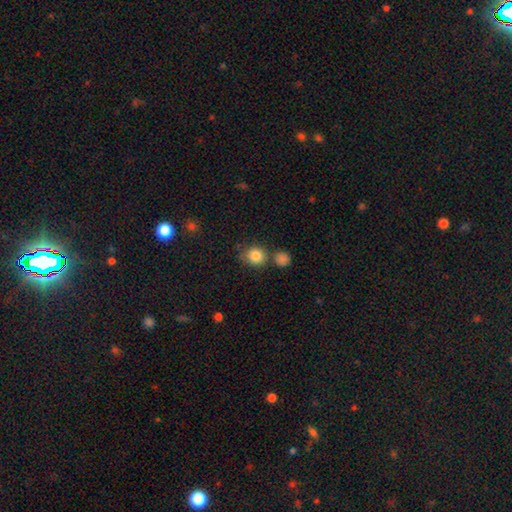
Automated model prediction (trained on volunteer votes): Smooth or featured? Predicted: smooth (p=0.84). How rounded? Predicted: round (p=0.81). Merging? Predicted: none (p=0.69).